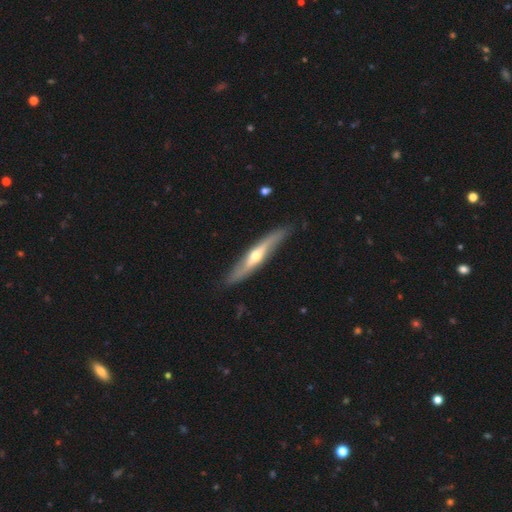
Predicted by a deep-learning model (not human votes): Smooth or featured? featured or disk (69%)
Edge-on disk? yes (78%)
Edge-on bulge? rounded (87%)
Merging? none (83%)